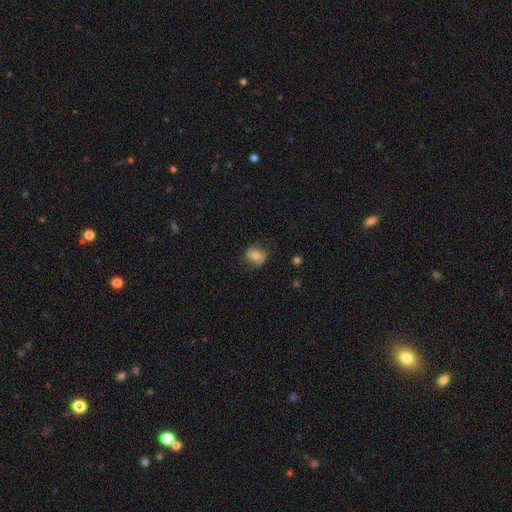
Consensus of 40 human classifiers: Overall: smooth (80%). How rounded: round (62%; in between 38%). Merging: none (68%).